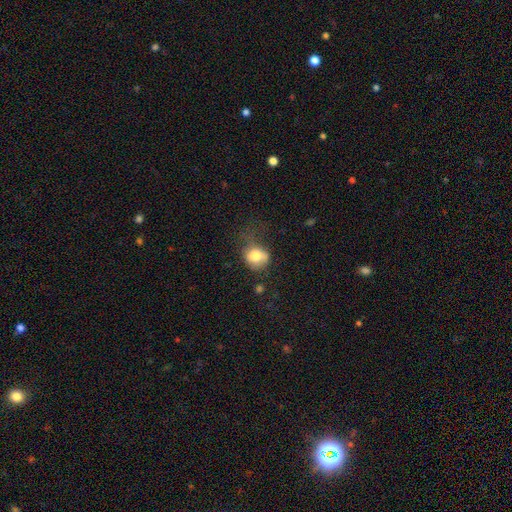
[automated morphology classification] Q: Smooth or featured?
A: smooth (76%); runner-up: featured or disk (15%)
Q: How rounded?
A: round (61%); runner-up: in between (38%)
Q: Merging?
A: none (37%); runner-up: minor disturbance (32%)